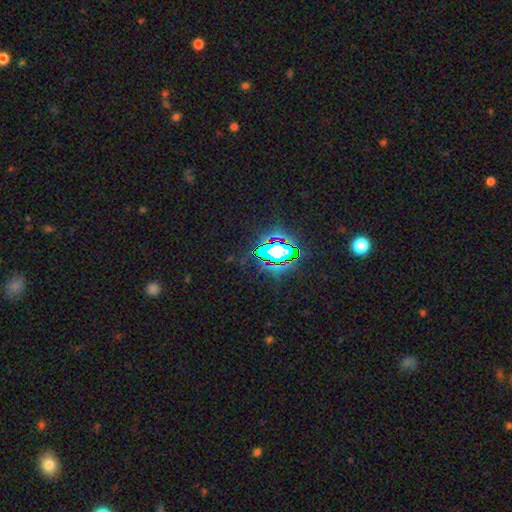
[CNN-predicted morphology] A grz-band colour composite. It shows a star or artifact, not a galaxy (80%).